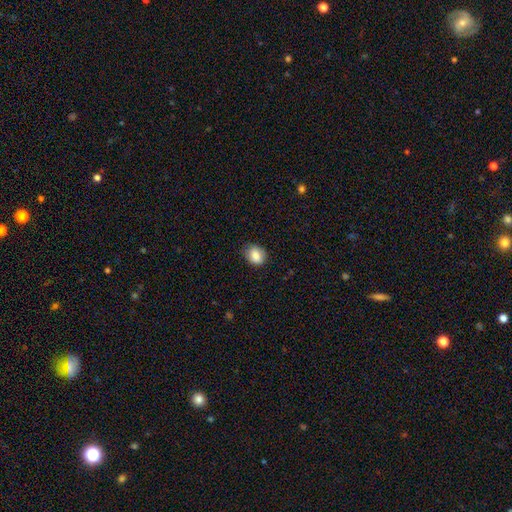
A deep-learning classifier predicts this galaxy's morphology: type=smooth (85%); roundness=in between (54%); merging=none (81%).